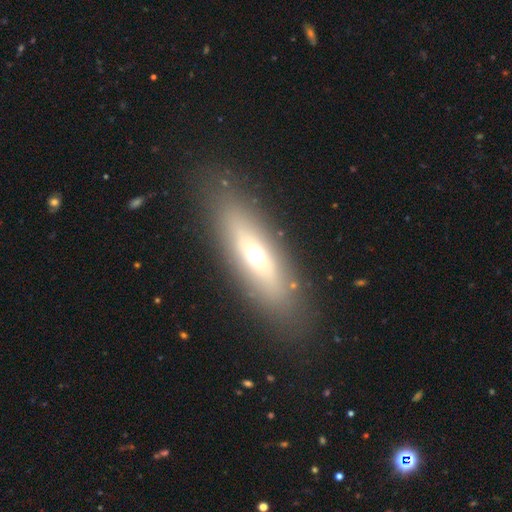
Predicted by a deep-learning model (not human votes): Smooth or featured: smooth — 47% (featured or disk — 44%)
Merging: none — 85% (minor disturbance — 10%)